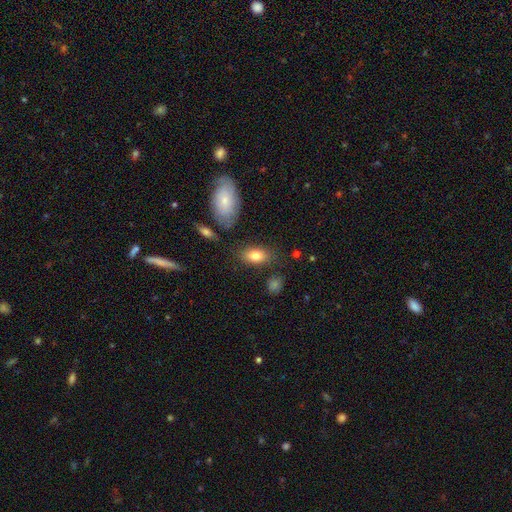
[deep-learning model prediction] Morphology: type=smooth (80%); roundness=in between (89%); merging=none (78%).